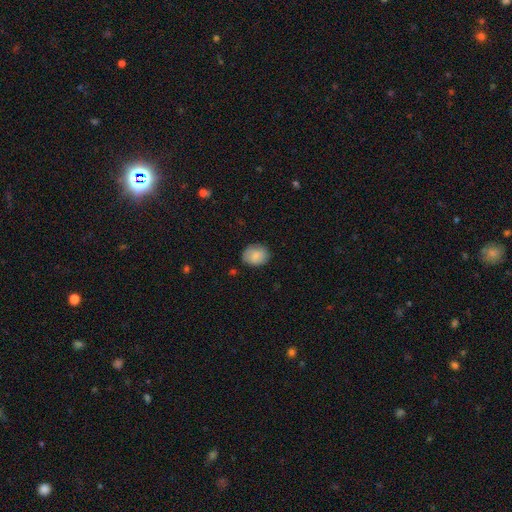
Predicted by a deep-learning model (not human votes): Morphology: type=smooth (83%); roundness=round (52%); merging=none (81%).